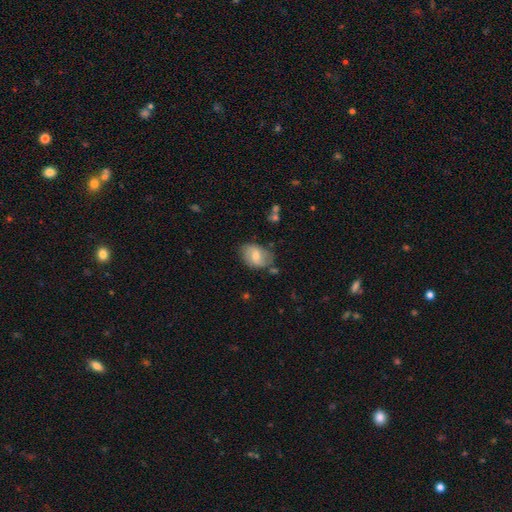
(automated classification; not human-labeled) A smooth galaxy with no disk features (51%) that is in between round and cigar-shaped (67%). Merging: none (69%).